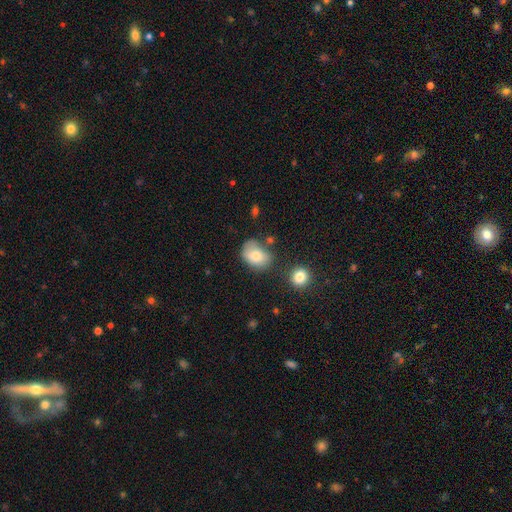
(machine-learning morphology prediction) Overall: smooth (79%). How rounded: in between (70%). Merging: none (51%; minor disturbance 29%).